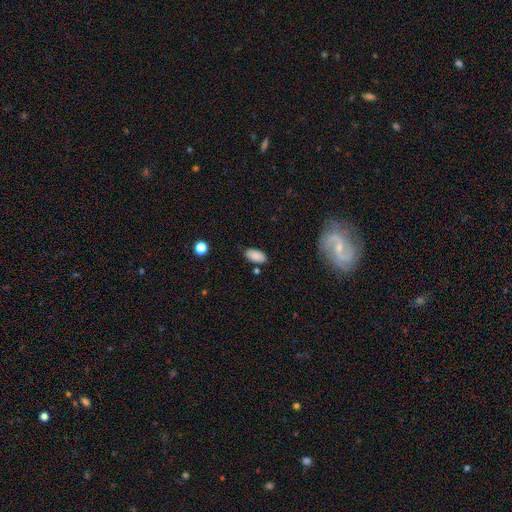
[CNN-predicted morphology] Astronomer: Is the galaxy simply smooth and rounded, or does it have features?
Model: smooth — 88%.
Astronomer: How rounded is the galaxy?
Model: in between — 94%.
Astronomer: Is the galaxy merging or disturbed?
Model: none — 82%.